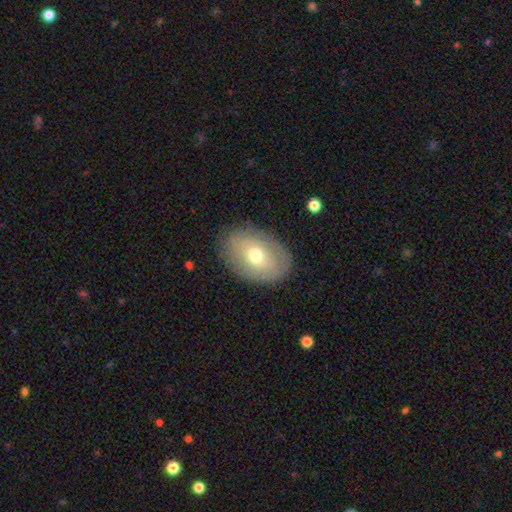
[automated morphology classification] Q: Smooth or featured?
A: smooth (56%); runner-up: featured or disk (36%)
Q: How rounded?
A: in between (82%); runner-up: round (17%)
Q: Merging?
A: none (83%); runner-up: minor disturbance (12%)